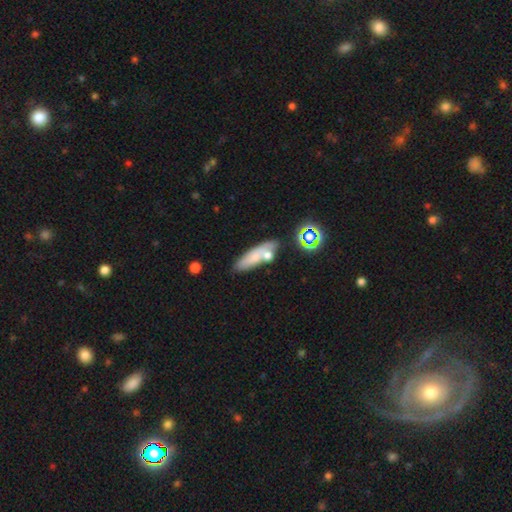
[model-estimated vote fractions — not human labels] Smooth or featured?
  - smooth: 63% *
  - featured or disk: 22%
  - star or artifact: 15%
How rounded?
  - cigar-shaped: 51% *
  - in between: 43%
  - round: 6%
Merging?
  - none: 61% *
  - merger: 18%
  - minor disturbance: 16%
  - major disturbance: 5%